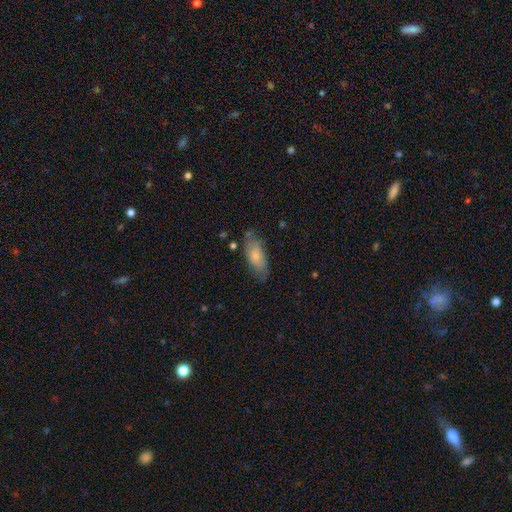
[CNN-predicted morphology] smooth_or_featured: smooth (p=0.67) [alt: featured or disk p=0.26]
how_rounded: in between (p=0.81) [alt: cigar-shaped p=0.17]
merging: none (p=0.68) [alt: minor disturbance p=0.23]